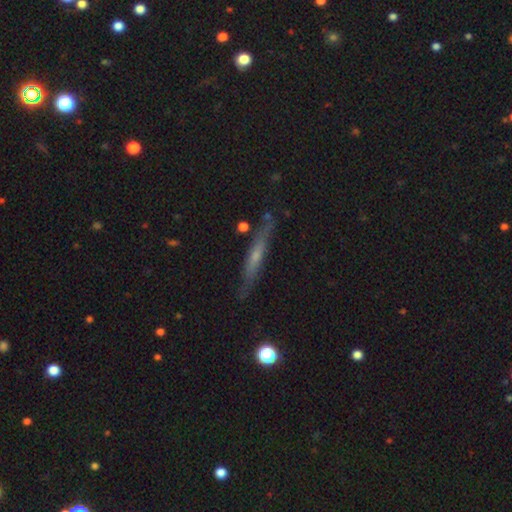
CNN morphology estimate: smooth-or-featured: featured or disk: 56% | smooth: 36% | star or artifact: 8%
  disk-edge-on: yes: 89% | no: 11%
  merging: none: 80% | minor disturbance: 14% | major disturbance: 3% | merger: 3%